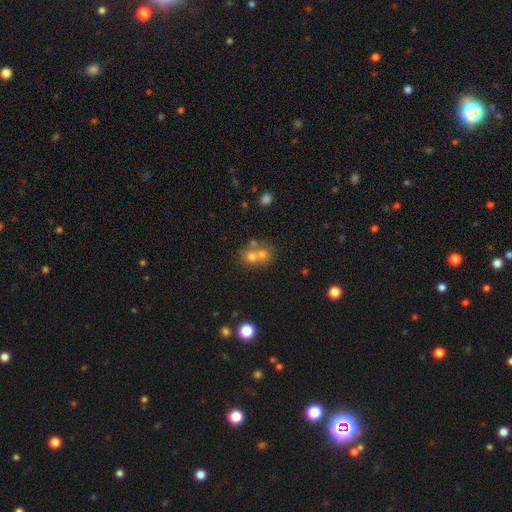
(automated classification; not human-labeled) smooth_or_featured: smooth (p=0.64) [alt: featured or disk p=0.21]
how_rounded: round (p=0.73) [alt: in between p=0.26]
merging: merger (p=0.62) [alt: none p=0.29]